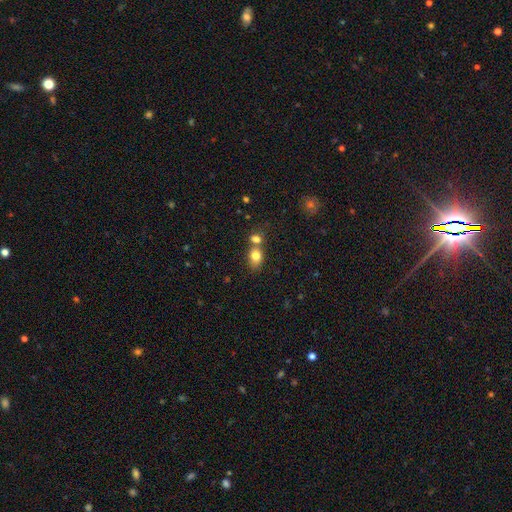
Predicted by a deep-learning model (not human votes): Smooth or featured?
  - smooth: 79% *
  - star or artifact: 10%
  - featured or disk: 10%
How rounded?
  - in between: 62% *
  - round: 36%
  - cigar-shaped: 2%
Merging?
  - none: 44% *
  - merger: 40%
  - minor disturbance: 11%
  - major disturbance: 4%